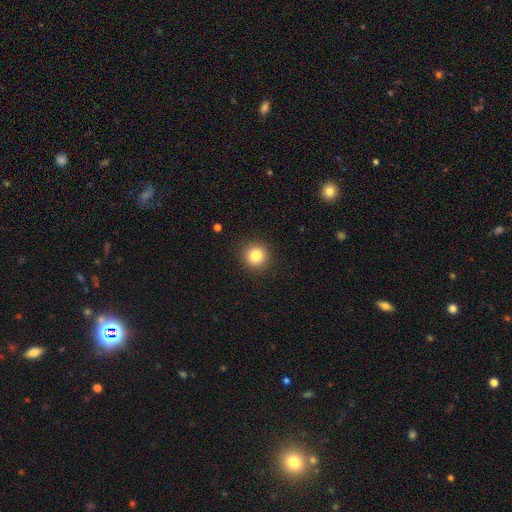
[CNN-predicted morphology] smooth 82%, star or artifact 11%, featured or disk 7%. Down the decision tree: how rounded — round (94%); merging — none (92%).